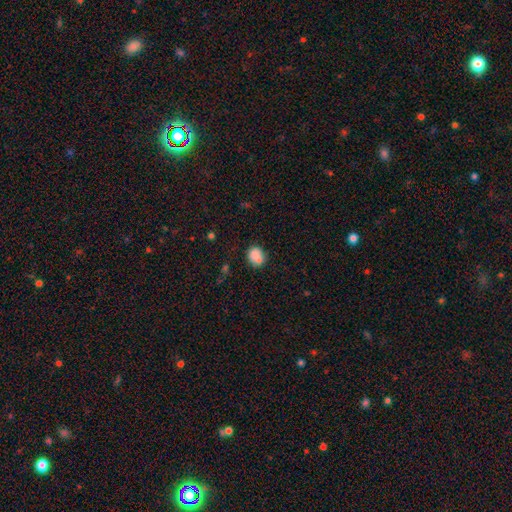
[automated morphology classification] A smooth galaxy with no disk features (81%) that is round (62%).

Vote fractions:
- Smooth or featured? smooth: 81% / featured or disk: 10% / star or artifact: 9%
- How rounded? round: 62% / in between: 37% / cigar-shaped: 1%
- Merging? none: 55% / merger: 24% / minor disturbance: 17% / major disturbance: 5%